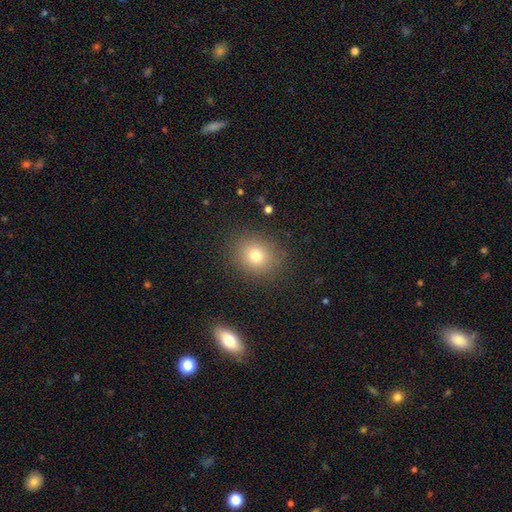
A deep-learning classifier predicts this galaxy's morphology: smooth-or-featured: smooth: 75% | star or artifact: 14% | featured or disk: 10%
  how-rounded: round: 74% | in between: 25% | cigar-shaped: 1%
  merging: none: 87% | minor disturbance: 8% | major disturbance: 4% | merger: 1%